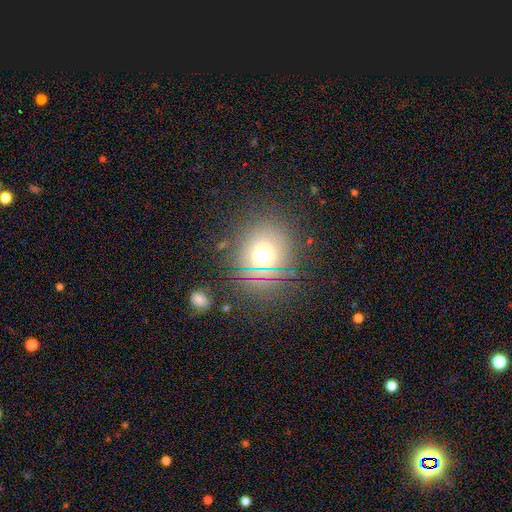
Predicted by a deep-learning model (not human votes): The model was most divided on "smooth or featured": smooth: 60%, star or artifact: 27%, featured or disk: 12%. More confident: merging — none (81%); how rounded — round (81%).